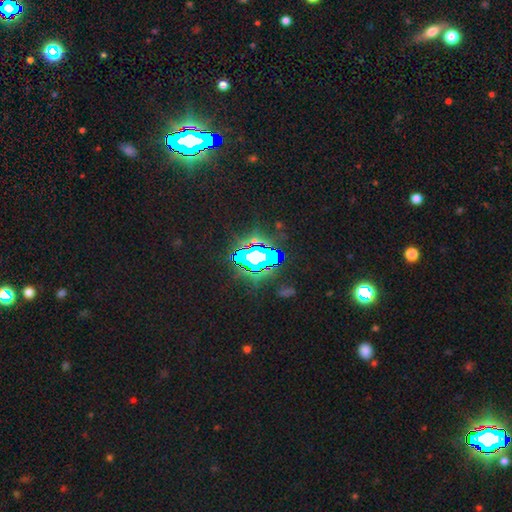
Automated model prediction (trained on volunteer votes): smooth_or_featured: star or artifact (p=0.67) [alt: featured or disk p=0.19]